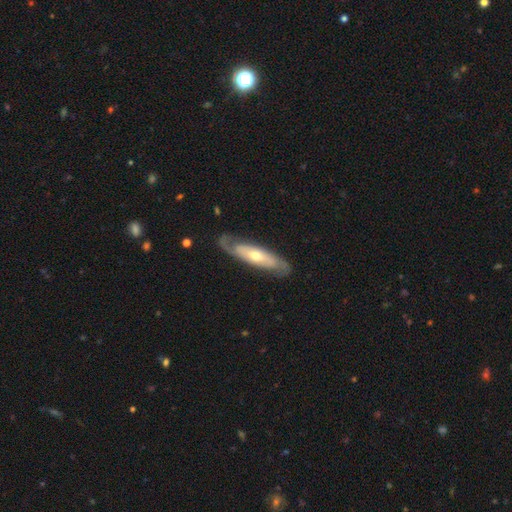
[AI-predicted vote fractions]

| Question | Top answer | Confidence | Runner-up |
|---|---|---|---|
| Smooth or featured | featured or disk | 72% | smooth (23%) |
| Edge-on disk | no | 72% | yes (28%) |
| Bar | no | 68% | weak (22%) |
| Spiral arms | yes | 82% | no (18%) |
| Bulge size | moderate | 56% | small (38%) |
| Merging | none | 76% | minor disturbance (16%) |